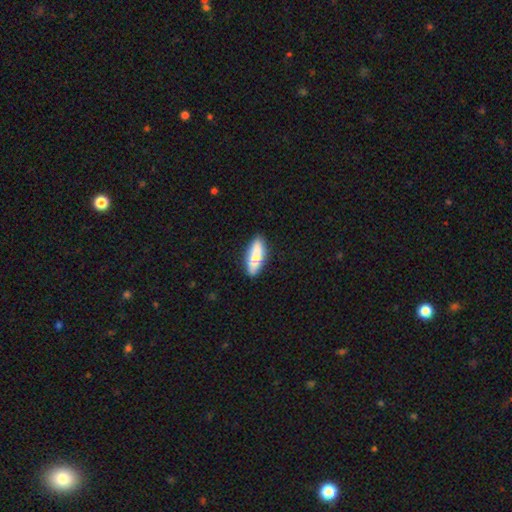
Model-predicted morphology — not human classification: Smooth or featured?
  - smooth: 78% *
  - featured or disk: 15%
  - star or artifact: 6%
How rounded?
  - in between: 49% * (tied)
  - cigar-shaped: 49% * (tied)
  - round: 2%
Merging?
  - none: 76% *
  - minor disturbance: 16%
  - merger: 4%
  - major disturbance: 3%